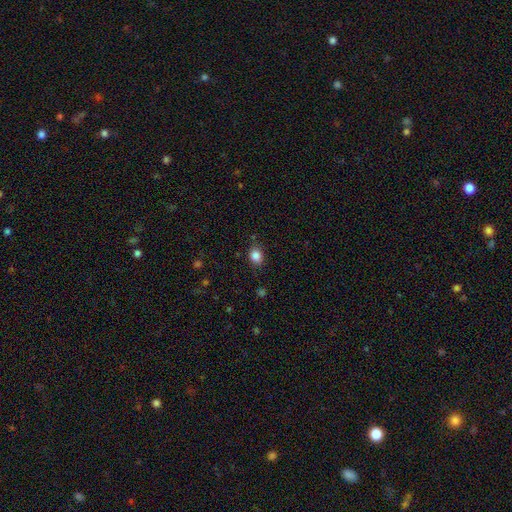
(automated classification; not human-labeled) smooth_or_featured: smooth (p=0.85) [alt: star or artifact p=0.10]
how_rounded: round (p=0.50) [alt: in between p=0.49]
merging: none (p=0.82) [alt: minor disturbance p=0.13]